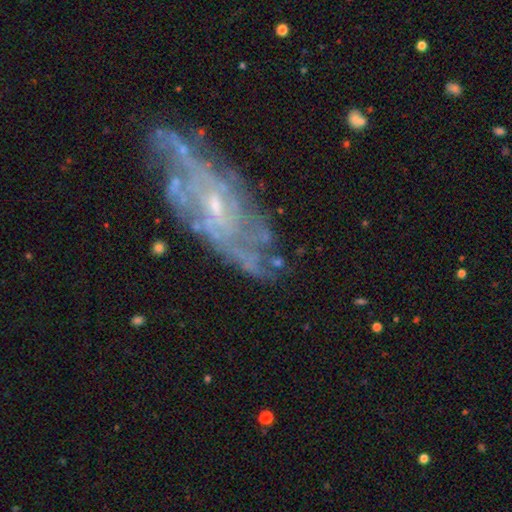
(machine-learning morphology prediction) Smooth or featured? Predicted: featured or disk (p=0.80). Edge-on disk? Predicted: no (p=0.86). Bar? Predicted: no (p=0.59). Spiral arms? Predicted: yes (p=0.80). Spiral winding? Predicted: tight (p=0.47). Spiral arm count? Predicted: can't tell (p=0.55). Bulge size? Predicted: small (p=0.72). Merging? Predicted: none (p=0.66).